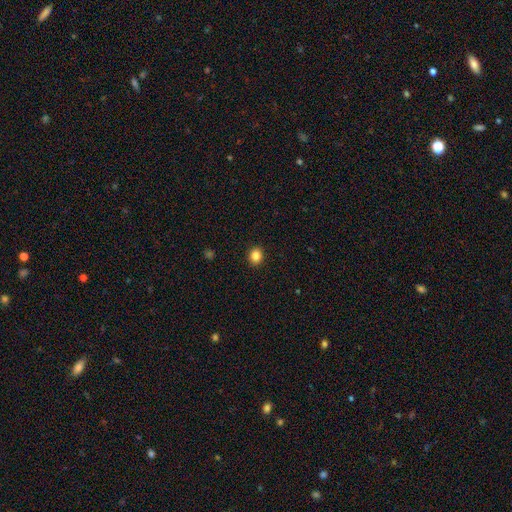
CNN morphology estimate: This is clearly a smooth galaxy (85%). How rounded: likely round (71%). Merging: clearly none (92%).